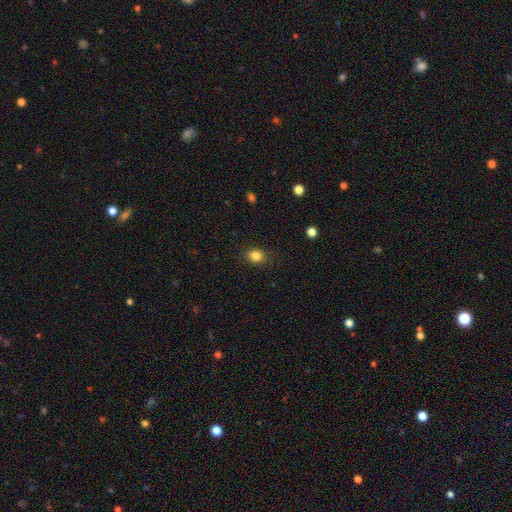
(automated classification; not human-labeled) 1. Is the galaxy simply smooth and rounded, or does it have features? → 84% smooth, 11% star or artifact, 5% featured or disk.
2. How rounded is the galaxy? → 55% round, 44% in between, 1% cigar-shaped.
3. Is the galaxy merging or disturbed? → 86% none, 11% minor disturbance, 3% major disturbance, 1% merger.